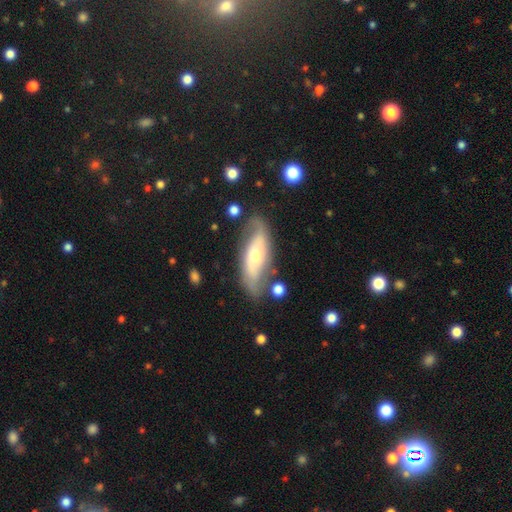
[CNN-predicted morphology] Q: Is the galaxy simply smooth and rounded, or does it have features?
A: featured or disk — 70%.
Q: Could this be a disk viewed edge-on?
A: no — 83%.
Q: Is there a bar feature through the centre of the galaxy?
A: no — 60%.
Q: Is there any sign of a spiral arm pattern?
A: yes — 82%.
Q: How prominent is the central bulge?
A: moderate — 52%.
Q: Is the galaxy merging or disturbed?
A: none — 72%.